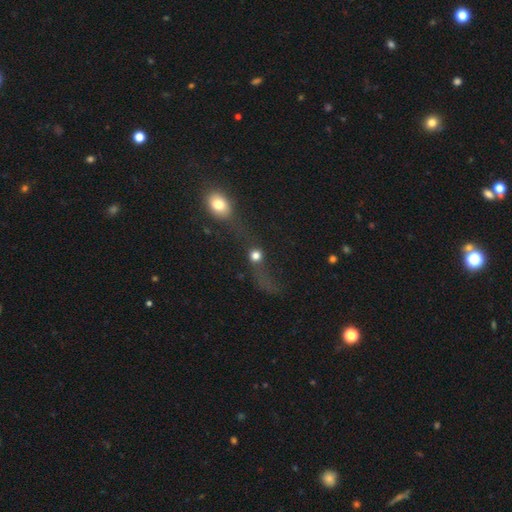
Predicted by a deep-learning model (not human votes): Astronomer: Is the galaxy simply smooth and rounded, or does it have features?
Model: smooth — 63%.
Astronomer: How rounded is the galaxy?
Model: round — 79%.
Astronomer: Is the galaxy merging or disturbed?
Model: none — 33% (runner-up: merger, 30%).